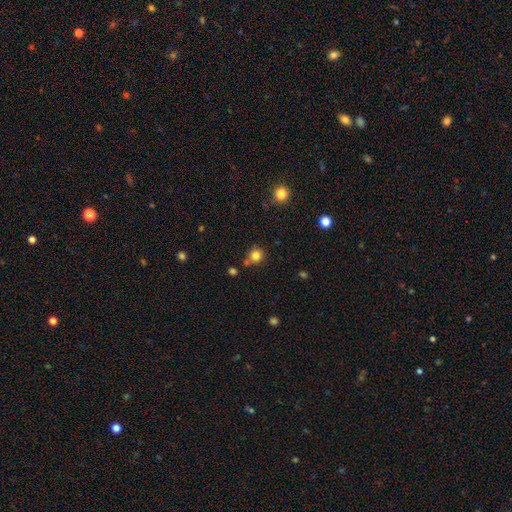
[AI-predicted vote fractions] This appears to be a smooth galaxy with no disk features (81%) that is round (89%). Merging: none (71%).